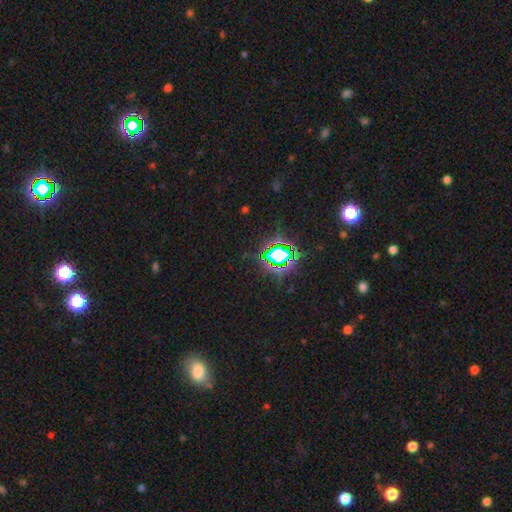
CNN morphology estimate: type=star or artifact (79%).